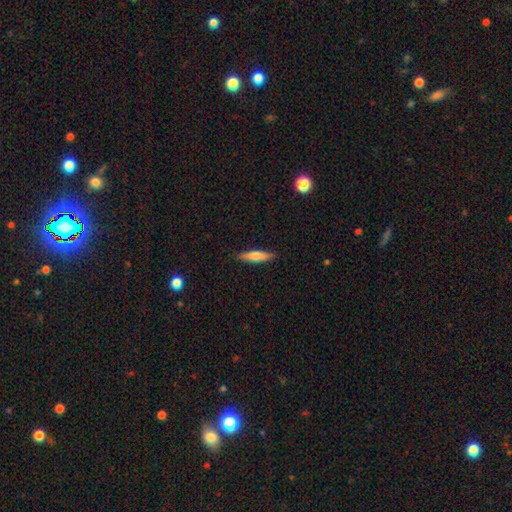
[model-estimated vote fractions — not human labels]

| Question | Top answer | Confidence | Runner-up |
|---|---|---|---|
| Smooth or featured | smooth | 67% | featured or disk (27%) |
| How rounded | cigar-shaped | 79% | in between (19%) |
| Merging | none | 88% | minor disturbance (9%) |